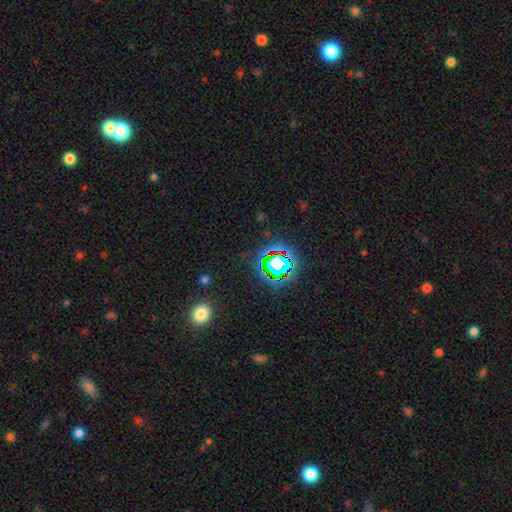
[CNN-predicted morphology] smooth_or_featured: star or artifact (p=0.76) [alt: smooth p=0.16]